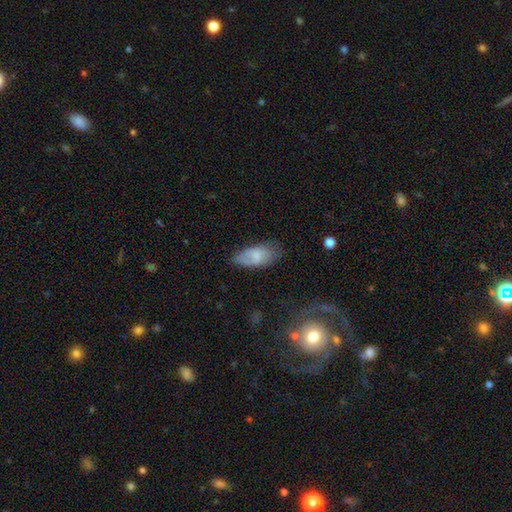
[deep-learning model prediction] smooth_or_featured: smooth (p=0.71) [alt: featured or disk p=0.22]
how_rounded: in between (p=0.91) [alt: cigar-shaped p=0.07]
merging: none (p=0.66) [alt: minor disturbance p=0.25]